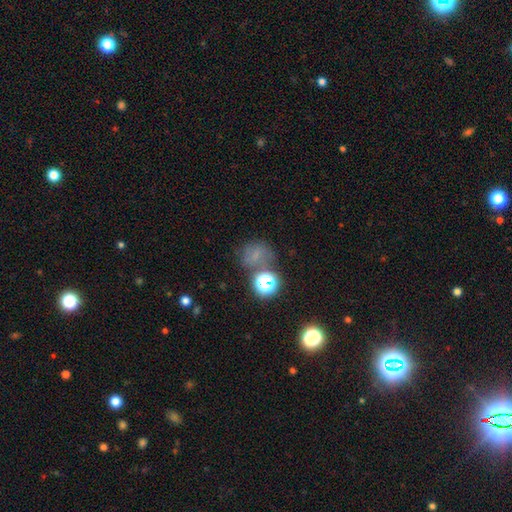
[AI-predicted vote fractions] smooth 49%, star or artifact 33%, featured or disk 18%. Down the decision tree: merging — none (55%).